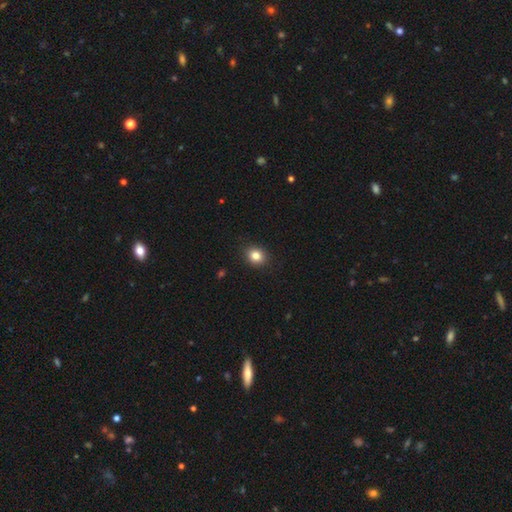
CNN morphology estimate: Overall: smooth (83%). How rounded: round (66%; in between 33%). Merging: none (90%).